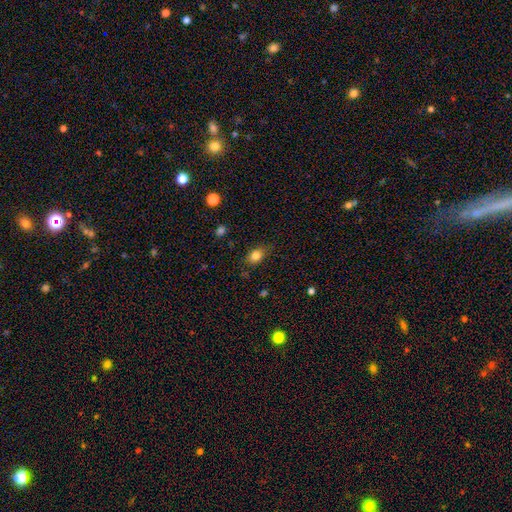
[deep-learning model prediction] Smooth or featured: smooth — 82% (star or artifact — 11%)
How rounded: in between — 63% (round — 35%)
Merging: none — 77% (minor disturbance — 17%)